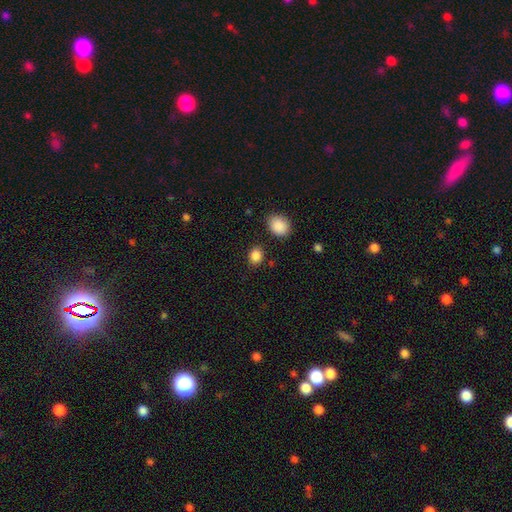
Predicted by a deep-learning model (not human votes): Morphology: type=smooth (86%); roundness=round (53%); merging=none (83%).